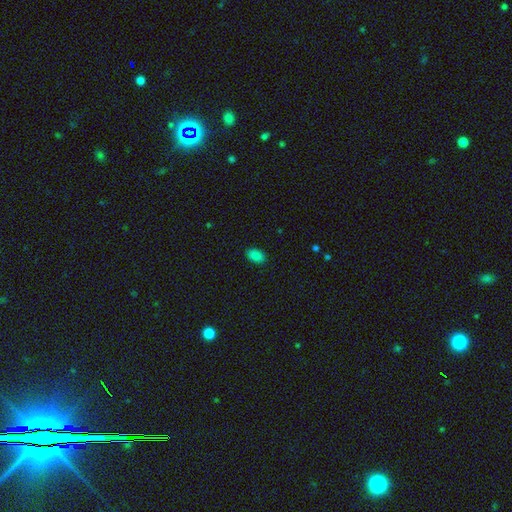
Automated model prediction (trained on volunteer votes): The model was most divided on "smooth or featured": smooth: 86%, star or artifact: 11%, featured or disk: 3%. More confident: how rounded — in between (91%); merging — none (89%).